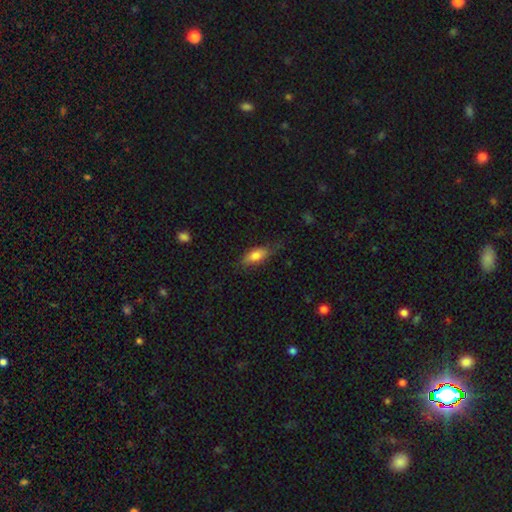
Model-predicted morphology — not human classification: The model was most divided on "merging": none: 62%, minor disturbance: 28%, major disturbance: 9%, merger: 2%. More confident: how rounded — in between (78%); smooth or featured — smooth (76%).